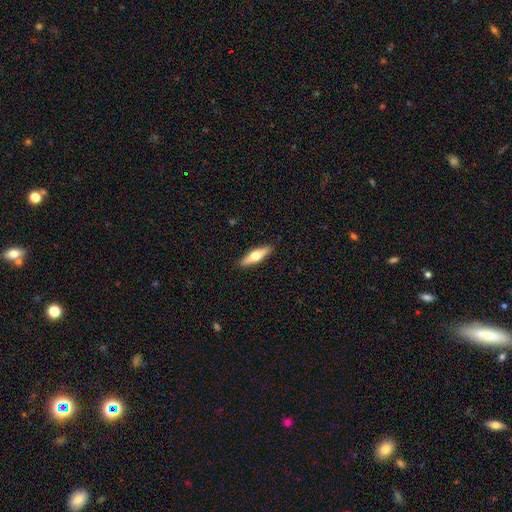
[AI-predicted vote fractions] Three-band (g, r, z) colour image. It shows a featured or disk galaxy (48%). Merging: none (91%).